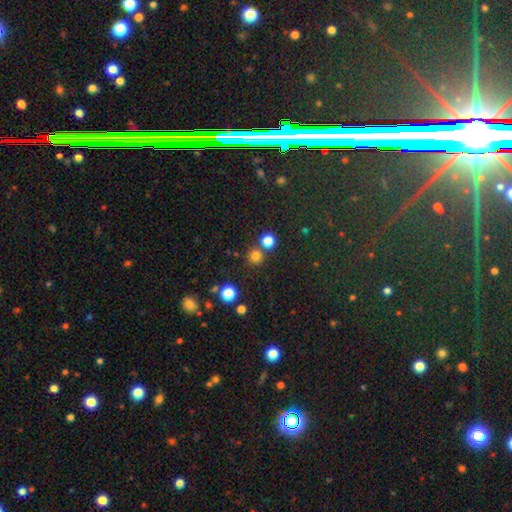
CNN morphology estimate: Q: Smooth or featured?
A: smooth (77%); runner-up: star or artifact (18%)
Q: How rounded?
A: round (92%); runner-up: in between (7%)
Q: Merging?
A: none (73%); runner-up: merger (18%)